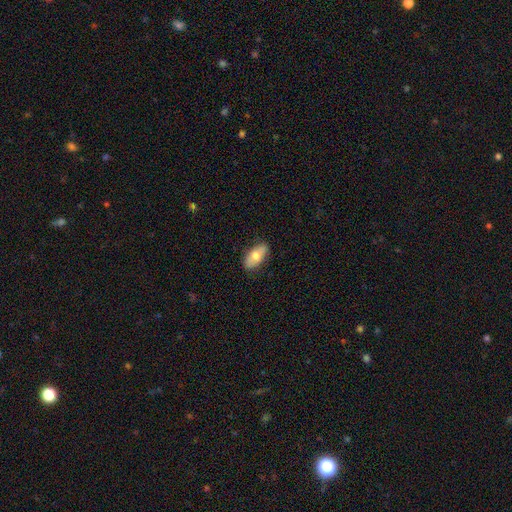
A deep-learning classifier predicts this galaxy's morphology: Smooth or featured? smooth (69%)
How rounded? in between (89%)
Merging? none (84%)